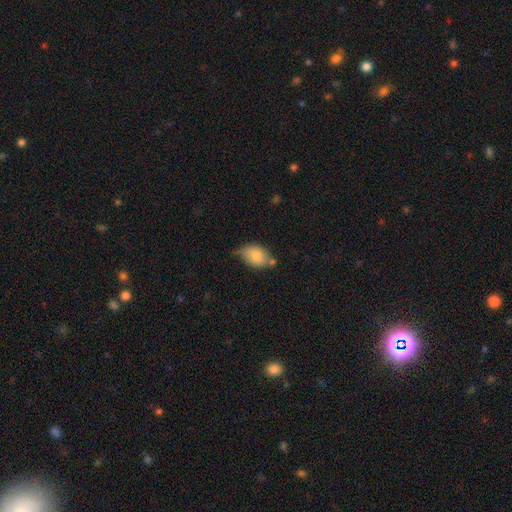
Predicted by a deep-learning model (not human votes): Smooth or featured?
  - smooth: 80% *
  - featured or disk: 13%
  - star or artifact: 7%
How rounded?
  - in between: 81% *
  - round: 17%
  - cigar-shaped: 1%
Merging?
  - none: 47% *
  - minor disturbance: 35%
  - merger: 10%
  - major disturbance: 8%